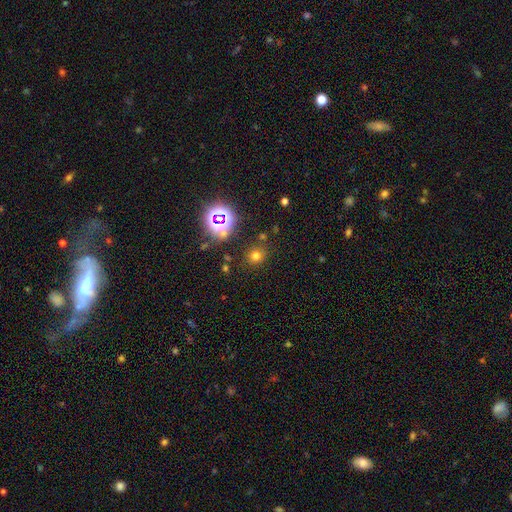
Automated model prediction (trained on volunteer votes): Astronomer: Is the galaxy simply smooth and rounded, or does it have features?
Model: smooth — 66%.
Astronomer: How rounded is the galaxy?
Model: round — 83%.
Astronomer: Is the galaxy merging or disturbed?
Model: none — 82%.